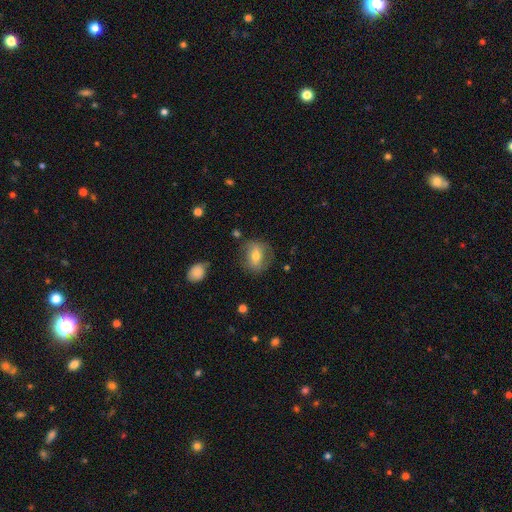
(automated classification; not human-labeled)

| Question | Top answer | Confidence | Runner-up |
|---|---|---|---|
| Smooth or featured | smooth | 56% | featured or disk (35%) |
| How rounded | round | 53% | in between (45%) |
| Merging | none | 69% | minor disturbance (20%) |